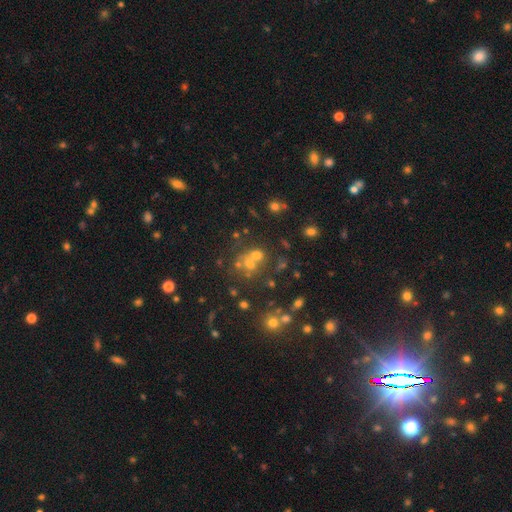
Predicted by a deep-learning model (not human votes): smooth_or_featured: star or artifact (p=0.47) [alt: smooth p=0.38]